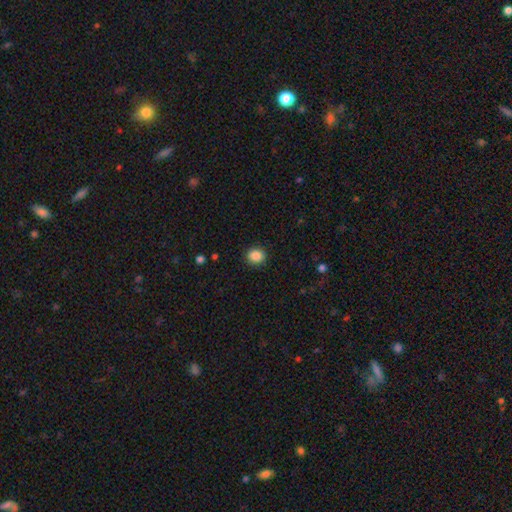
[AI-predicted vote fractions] A smooth galaxy with no disk features (87%) that is round (78%).

Vote fractions:
- Smooth or featured? smooth: 87% / star or artifact: 10% / featured or disk: 3%
- How rounded? round: 78% / in between: 21% / cigar-shaped: 1%
- Merging? none: 91% / minor disturbance: 6% / major disturbance: 2% / merger: 1%